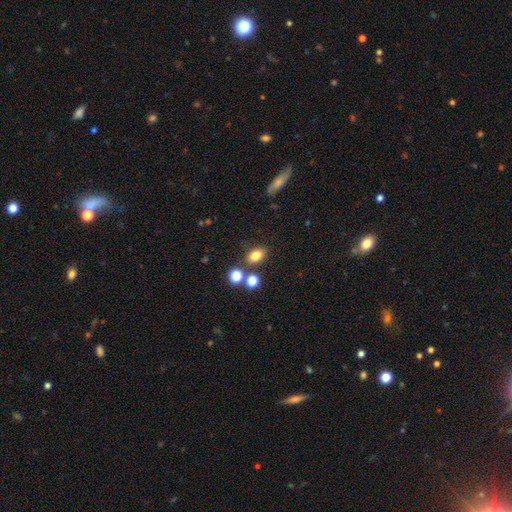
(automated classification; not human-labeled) smooth-or-featured: smooth: 79% | star or artifact: 13% | featured or disk: 8%
  how-rounded: in between: 74% | round: 25% | cigar-shaped: 2%
  merging: none: 75% | minor disturbance: 11% | merger: 10% | major disturbance: 3%